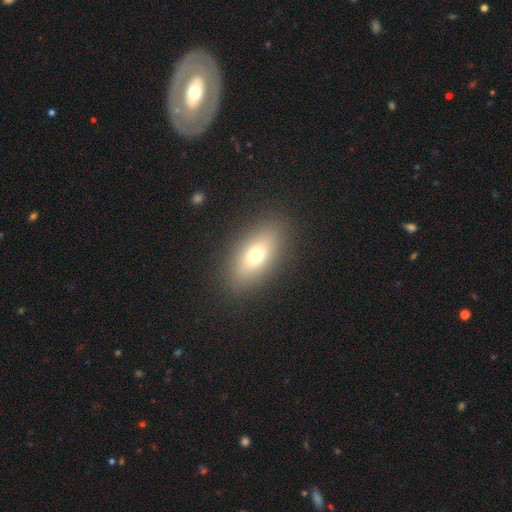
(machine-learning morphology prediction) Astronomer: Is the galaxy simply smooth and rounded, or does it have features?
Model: smooth — 69%.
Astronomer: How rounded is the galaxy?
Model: in between — 81%.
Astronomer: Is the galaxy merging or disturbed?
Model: none — 88%.